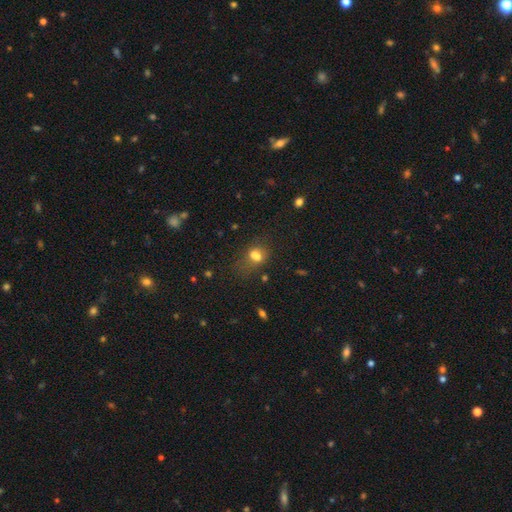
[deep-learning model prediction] This is likely a smooth galaxy (68%). How rounded: possibly in between (59%). Merging: marginally none (38%).